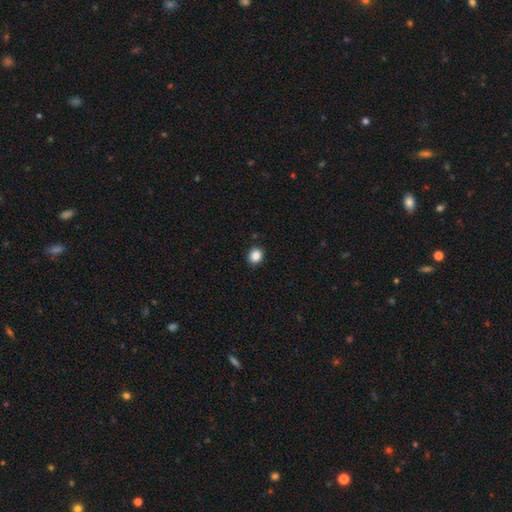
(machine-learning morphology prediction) Smooth or featured? smooth (88%)
How rounded? round (64%)
Merging? none (90%)